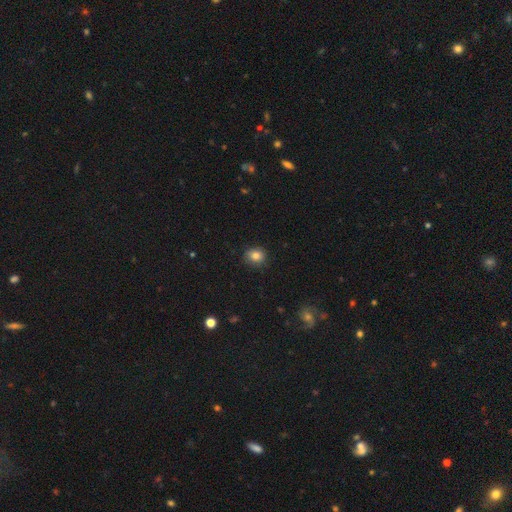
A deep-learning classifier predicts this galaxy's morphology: Smooth or featured? smooth (82%)
How rounded? round (72%)
Merging? none (86%)